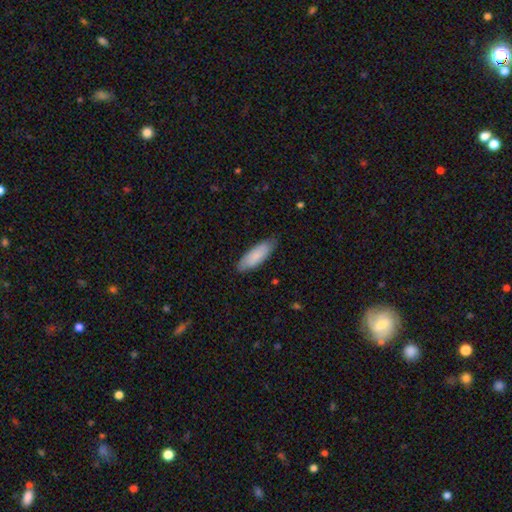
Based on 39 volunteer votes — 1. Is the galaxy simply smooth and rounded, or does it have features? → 92% smooth, 8% featured or disk, 0% star or artifact.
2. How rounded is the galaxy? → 61% in between, 39% cigar-shaped, 0% round.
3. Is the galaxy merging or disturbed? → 74% none, 15% minor disturbance, 5% major disturbance, 5% merger.